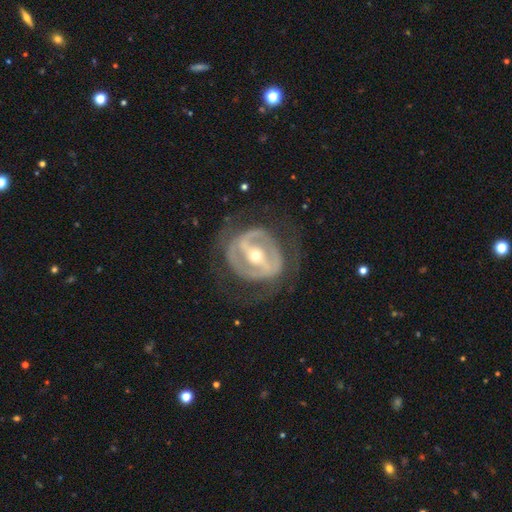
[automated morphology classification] Smooth or featured: featured or disk — 85% (smooth — 9%)
Edge-on disk: no — 95% (yes — 5%)
Bar: strong — 65% (weak — 23%)
Spiral arms: yes — 66% (no — 34%)
Spiral winding: tight — 45% (medium — 37%)
Spiral arm count: 2 — 66% (can't tell — 20%)
Bulge size: small — 54% (moderate — 43%)
Merging: none — 66% (major disturbance — 18%)